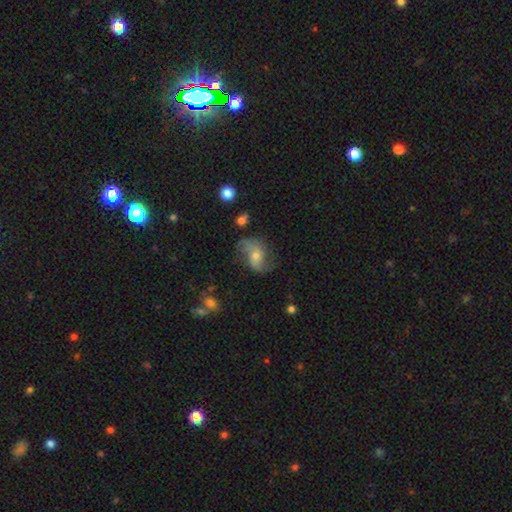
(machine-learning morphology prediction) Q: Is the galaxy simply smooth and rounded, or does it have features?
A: featured or disk — 68%.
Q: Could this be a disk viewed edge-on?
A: no — 96%.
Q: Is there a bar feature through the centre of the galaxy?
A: no — 59%.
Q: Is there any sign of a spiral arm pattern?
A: yes — 89%.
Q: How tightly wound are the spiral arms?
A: loose — 67%.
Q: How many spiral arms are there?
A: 2 — 84%.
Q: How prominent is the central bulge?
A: small — 48%.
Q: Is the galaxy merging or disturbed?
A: none — 56%.